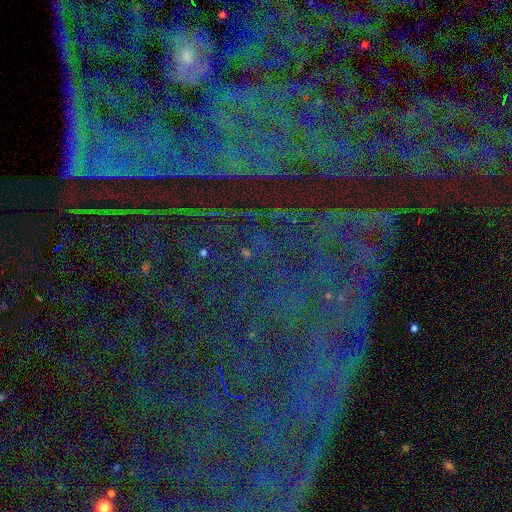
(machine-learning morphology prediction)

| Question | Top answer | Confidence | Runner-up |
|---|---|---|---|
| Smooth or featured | star or artifact | 83% | featured or disk (9%) |